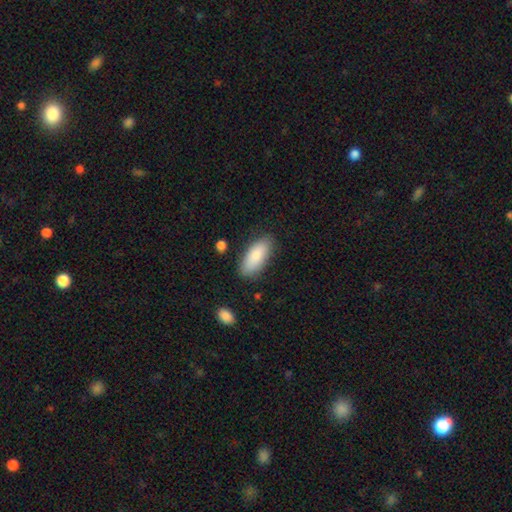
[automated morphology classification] smooth_or_featured: smooth (p=0.84) [alt: featured or disk p=0.11]
how_rounded: in between (p=0.84) [alt: cigar-shaped p=0.14]
merging: none (p=0.82) [alt: minor disturbance p=0.13]